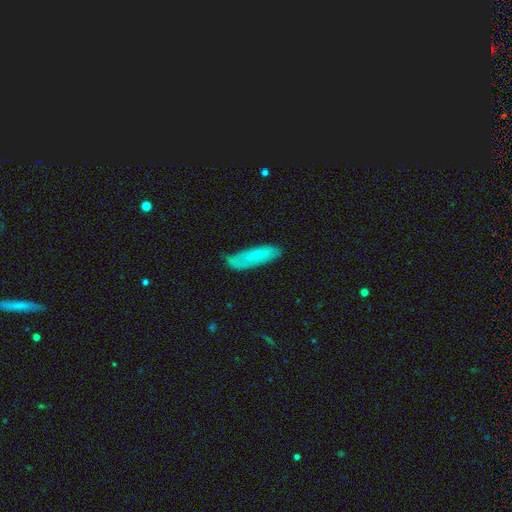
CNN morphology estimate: Smooth or featured? smooth (70%)
How rounded? cigar-shaped (69%)
Merging? none (71%)